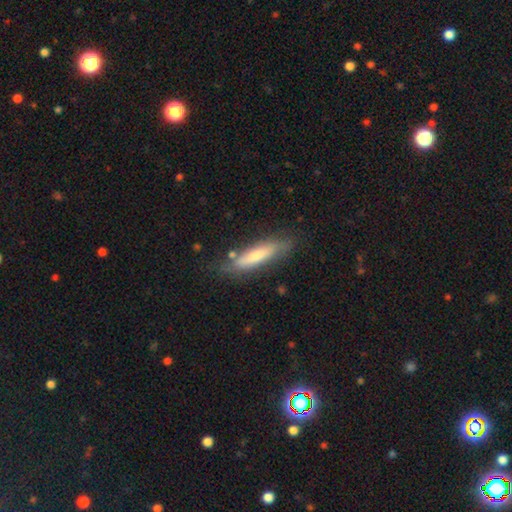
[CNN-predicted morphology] A smooth galaxy with no disk features (60%) that is cigar-shaped (77%).

Vote fractions:
- Smooth or featured? smooth: 60% / featured or disk: 34% / star or artifact: 6%
- How rounded? cigar-shaped: 77% / in between: 21% / round: 2%
- Merging? none: 74% / minor disturbance: 18% / major disturbance: 5% / merger: 4%